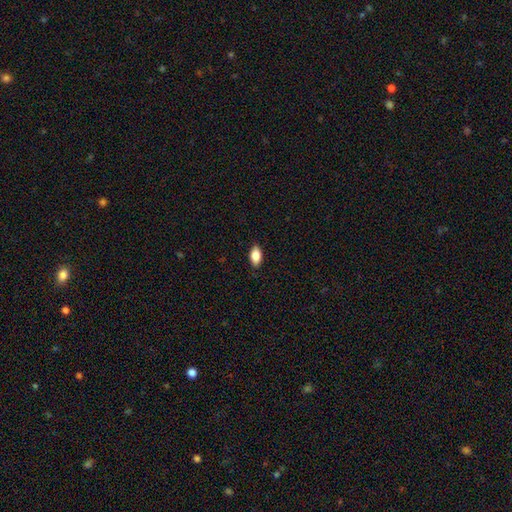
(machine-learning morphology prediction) Smooth or featured: smooth — 83% (featured or disk — 10%)
How rounded: in between — 91% (round — 5%)
Merging: none — 88% (minor disturbance — 9%)